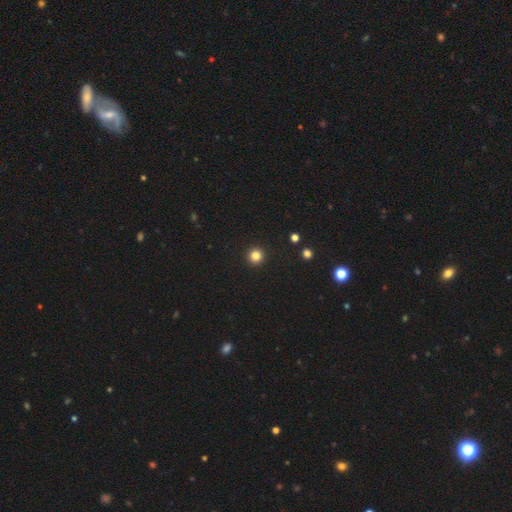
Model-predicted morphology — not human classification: smooth_or_featured: smooth (p=0.82) [alt: star or artifact p=0.13]
how_rounded: round (p=0.96) [alt: in between p=0.04]
merging: none (p=0.94) [alt: minor disturbance p=0.04]